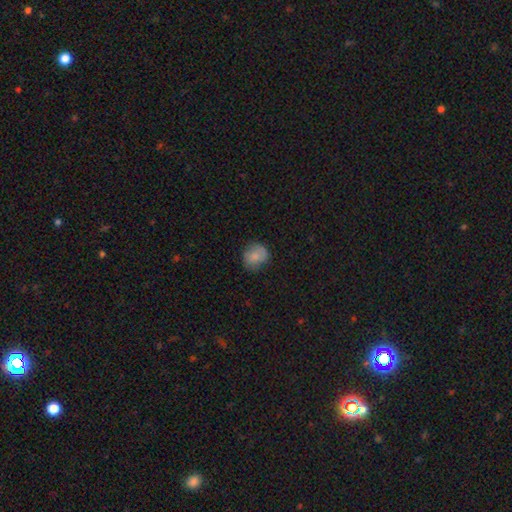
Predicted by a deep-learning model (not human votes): This is clearly a smooth galaxy (82%). How rounded: likely round (72%). Merging: likely none (70%).